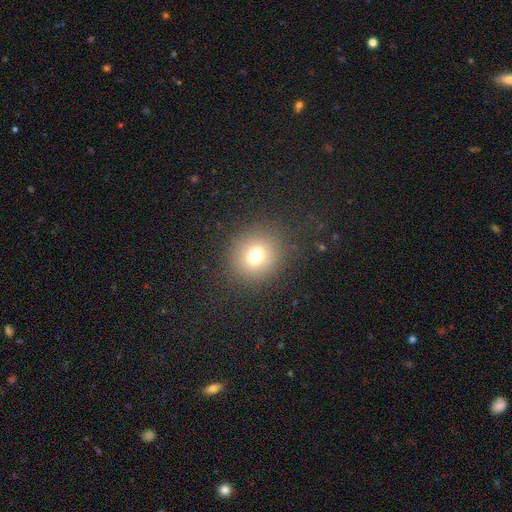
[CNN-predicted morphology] smooth 71%, star or artifact 17%, featured or disk 12%. Down the decision tree: how rounded — round (83%); merging — none (85%).